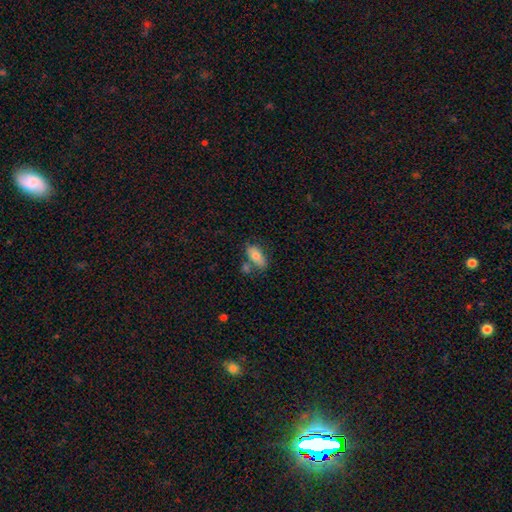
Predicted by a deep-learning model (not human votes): Overall: smooth (77%). How rounded: in between (86%). Merging: none (55%; merger 20%).